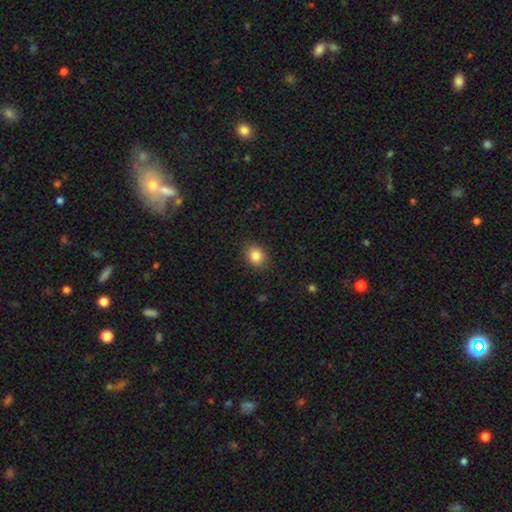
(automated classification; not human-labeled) This is clearly a smooth galaxy (85%). How rounded: possibly round (53%). Merging: clearly none (87%).